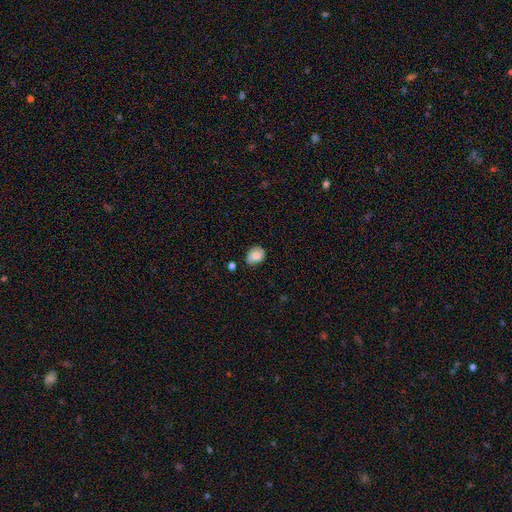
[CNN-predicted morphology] A smooth galaxy with no disk features (60%) that is in between round and cigar-shaped (56%). Merging: none (66%).